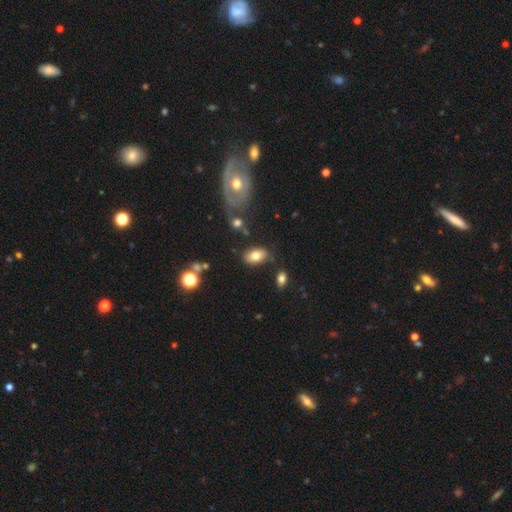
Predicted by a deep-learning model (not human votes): Morphology: type=smooth (77%); roundness=in between (91%); merging=none (75%).